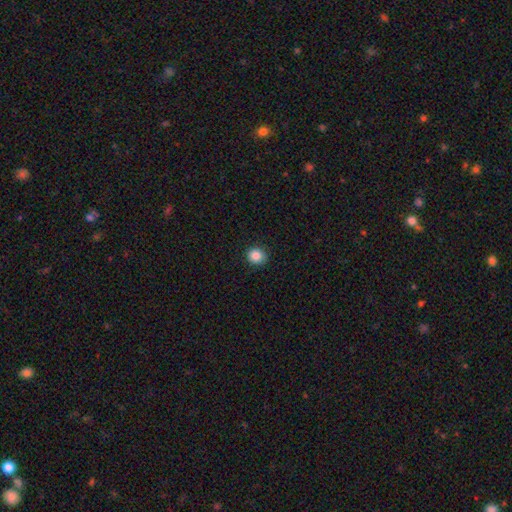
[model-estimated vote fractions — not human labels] Smooth or featured? smooth (86%)
How rounded? round (87%)
Merging? none (88%)